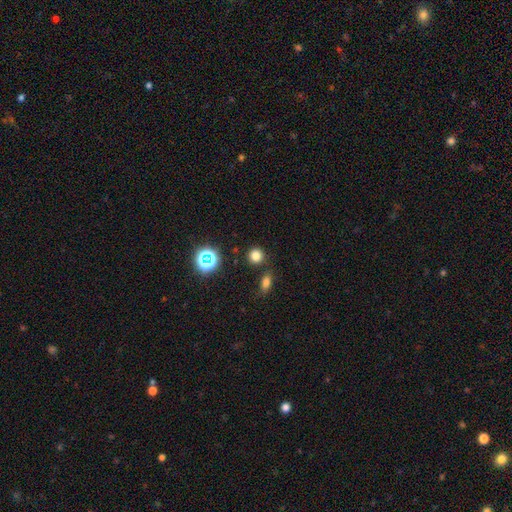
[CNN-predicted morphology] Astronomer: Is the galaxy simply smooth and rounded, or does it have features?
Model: smooth — 77%.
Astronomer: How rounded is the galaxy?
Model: round — 90%.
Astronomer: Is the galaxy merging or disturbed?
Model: none — 85%.